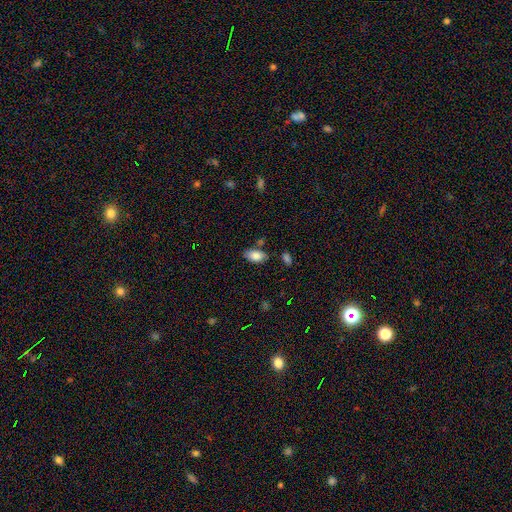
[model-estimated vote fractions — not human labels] This is clearly a smooth galaxy (85%). How rounded: clearly in between (93%). Merging: likely none (72%).